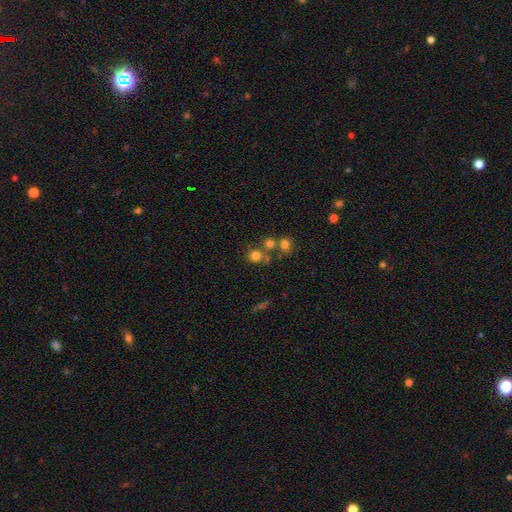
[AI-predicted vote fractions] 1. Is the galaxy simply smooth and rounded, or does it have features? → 74% smooth, 17% star or artifact, 9% featured or disk.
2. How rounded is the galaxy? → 88% round, 11% in between, 1% cigar-shaped.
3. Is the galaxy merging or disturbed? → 63% none, 26% merger, 8% minor disturbance, 4% major disturbance.